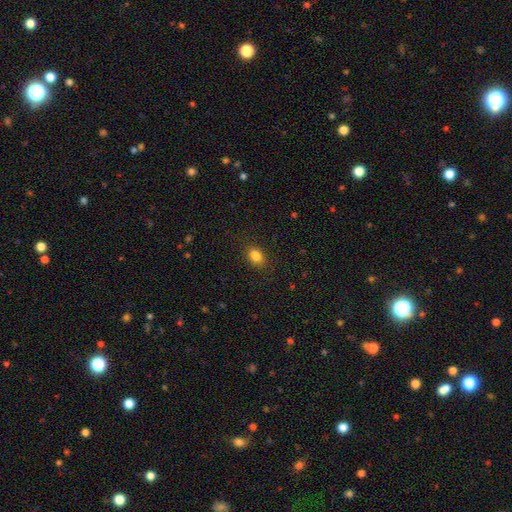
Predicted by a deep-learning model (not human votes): smooth-or-featured: smooth: 85% | star or artifact: 10% | featured or disk: 5%
  how-rounded: in between: 78% | round: 20% | cigar-shaped: 2%
  merging: none: 84% | minor disturbance: 11% | major disturbance: 3% | merger: 1%